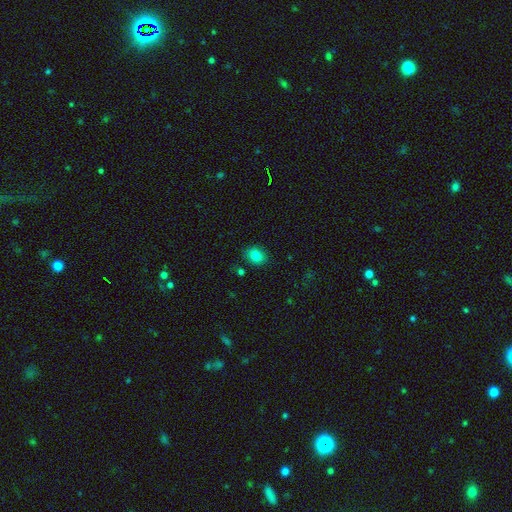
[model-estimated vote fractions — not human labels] Smooth or featured?
  - smooth: 84% *
  - star or artifact: 11%
  - featured or disk: 6%
How rounded?
  - in between: 52% *
  - round: 47%
  - cigar-shaped: 1%
Merging?
  - none: 85% *
  - minor disturbance: 10%
  - major disturbance: 3%
  - merger: 2%